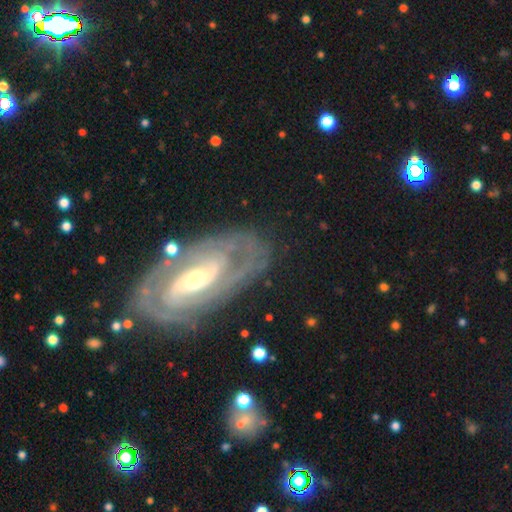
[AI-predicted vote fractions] featured or disk 85%, smooth 9%, star or artifact 6%. Down the decision tree: edge-on disk — no (93%); bar — weak (36%, tied with no); spiral arms — yes (87%); spiral arm count — 2 (49%); spiral winding — tight (63%); bulge size — moderate (49%); merging — none (77%).